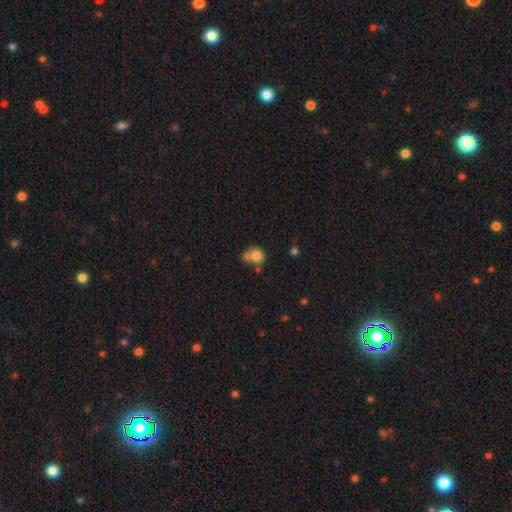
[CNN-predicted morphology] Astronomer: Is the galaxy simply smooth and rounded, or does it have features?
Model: smooth — 78%.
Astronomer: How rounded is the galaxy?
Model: round — 71%.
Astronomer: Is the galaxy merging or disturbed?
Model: none — 37% (runner-up: merger, 35%).